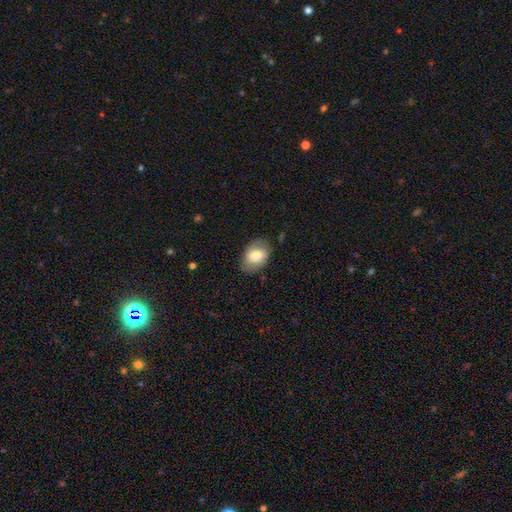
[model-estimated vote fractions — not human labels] Smooth or featured? smooth (68%)
How rounded? in between (84%)
Merging? none (79%)